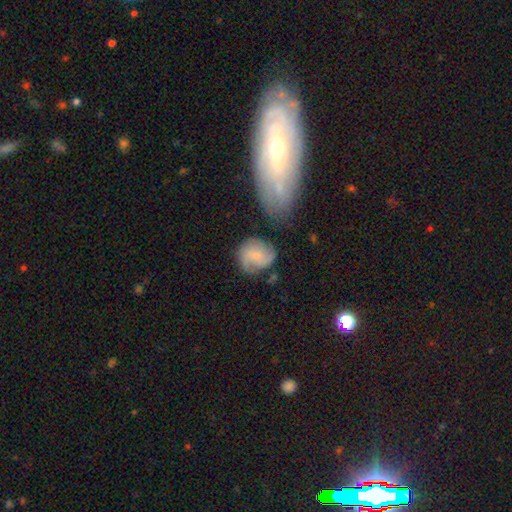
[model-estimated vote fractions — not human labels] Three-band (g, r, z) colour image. It shows a featured or disk galaxy (51%). Merging: none (61%).